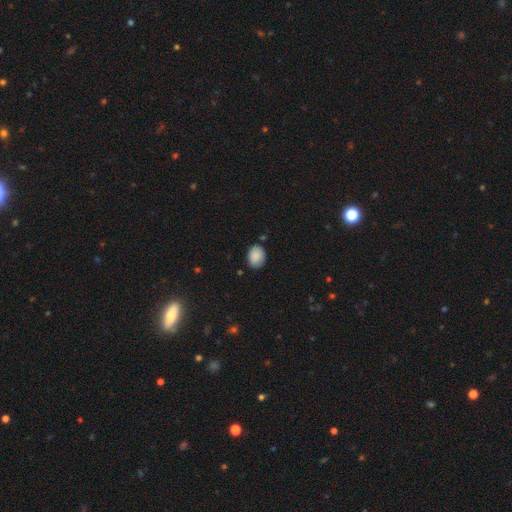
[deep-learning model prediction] Overall: smooth (88%). How rounded: in between (63%; round 37%). Merging: none (80%).